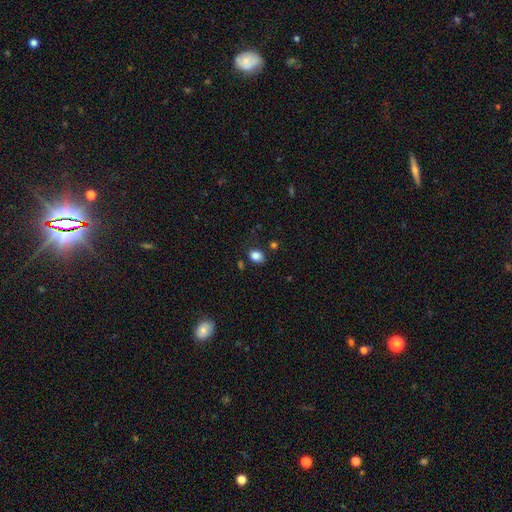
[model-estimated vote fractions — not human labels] smooth 85%, star or artifact 10%, featured or disk 5%. Down the decision tree: how rounded — in between (69%); merging — none (76%).